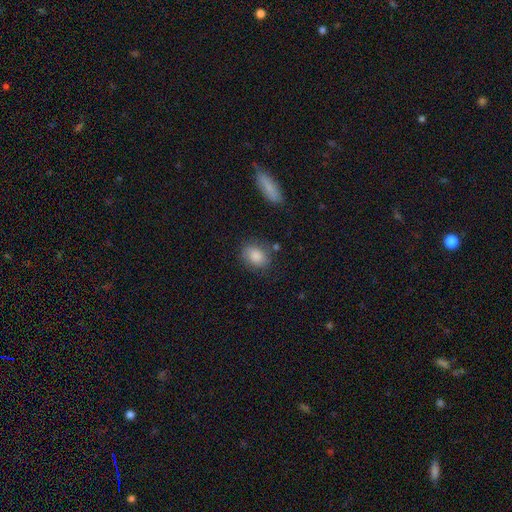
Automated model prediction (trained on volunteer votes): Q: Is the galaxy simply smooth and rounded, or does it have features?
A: smooth — 84%.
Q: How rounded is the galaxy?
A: in between — 57%.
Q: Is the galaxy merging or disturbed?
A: none — 77%.